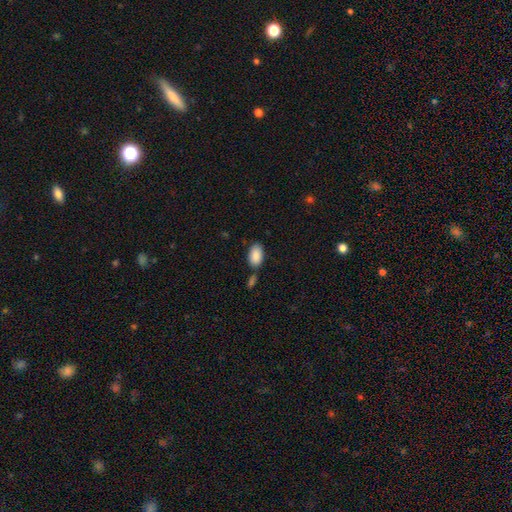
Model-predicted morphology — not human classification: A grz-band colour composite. It shows a smooth galaxy with no disk features (90%) that is in between round and cigar-shaped (94%). Merging: none (71%).